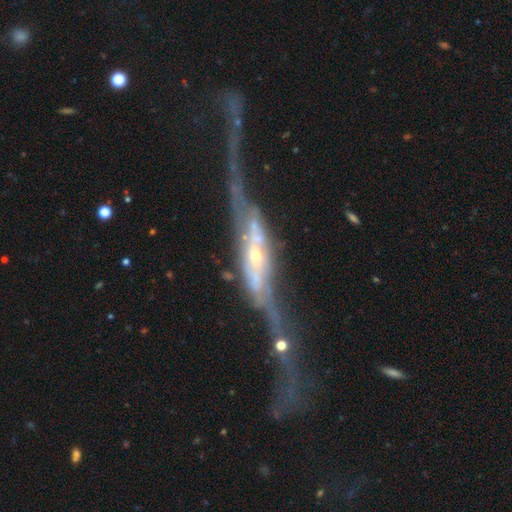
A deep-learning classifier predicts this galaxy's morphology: A featured or disk galaxy (83%). Merging: major disturbance (46%).